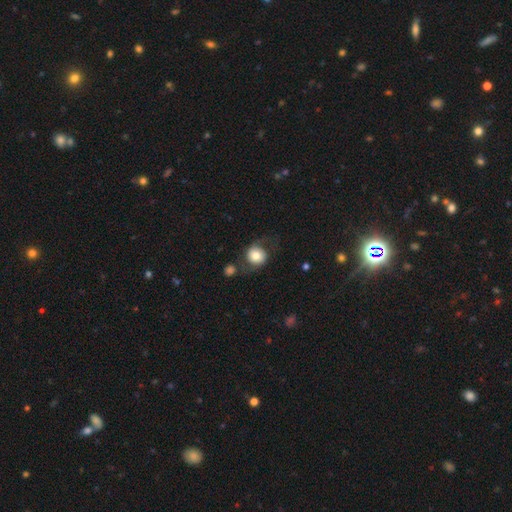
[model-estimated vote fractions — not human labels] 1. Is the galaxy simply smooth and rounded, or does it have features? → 60% smooth, 32% featured or disk, 8% star or artifact.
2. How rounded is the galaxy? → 83% round, 16% in between, 1% cigar-shaped.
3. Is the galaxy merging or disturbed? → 54% none, 20% minor disturbance, 18% major disturbance, 7% merger.